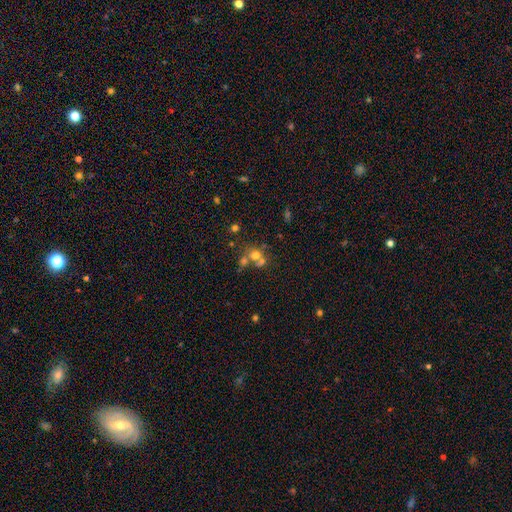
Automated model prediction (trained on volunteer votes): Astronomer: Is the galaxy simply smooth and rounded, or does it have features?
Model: smooth — 59%.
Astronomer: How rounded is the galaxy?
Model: round — 76%.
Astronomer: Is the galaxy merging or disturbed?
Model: merger — 44% (runner-up: none, 41%).